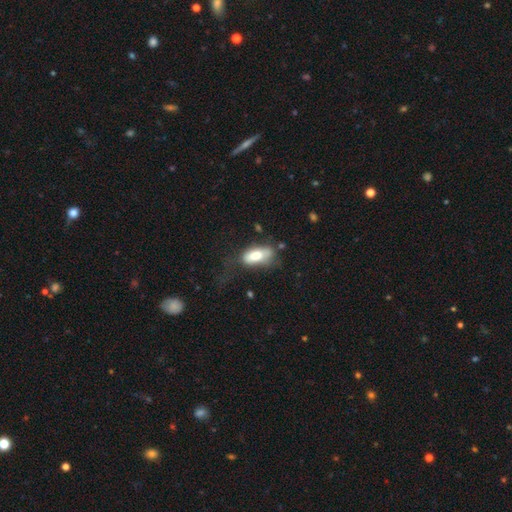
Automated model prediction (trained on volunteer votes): A smooth galaxy with no disk features (72%) that is in between round and cigar-shaped (89%).

Vote fractions:
- Smooth or featured? smooth: 72% / featured or disk: 21% / star or artifact: 7%
- How rounded? in between: 89% / cigar-shaped: 7% / round: 3%
- Merging? none: 43% / minor disturbance: 29% / major disturbance: 24% / merger: 4%